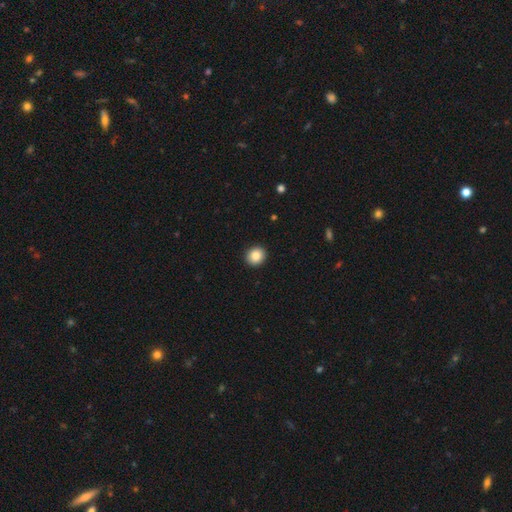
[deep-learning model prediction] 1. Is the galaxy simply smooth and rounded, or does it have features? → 88% smooth, 9% star or artifact, 4% featured or disk.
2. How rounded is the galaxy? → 86% round, 14% in between, 1% cigar-shaped.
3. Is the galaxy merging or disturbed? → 93% none, 5% minor disturbance, 2% major disturbance, 1% merger.